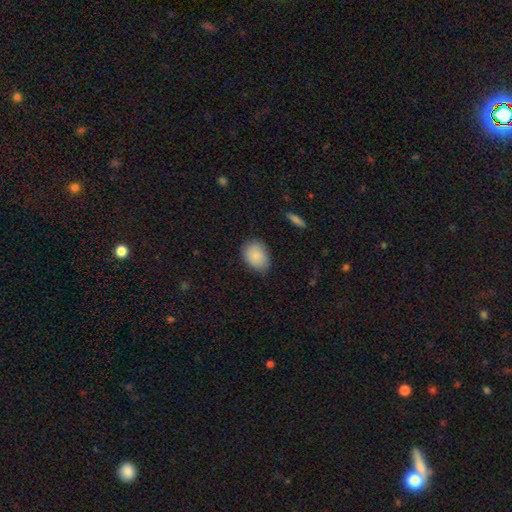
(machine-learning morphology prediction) smooth-or-featured: smooth: 88% | star or artifact: 7% | featured or disk: 5%
  how-rounded: in between: 71% | round: 28% | cigar-shaped: 1%
  merging: none: 78% | minor disturbance: 18% | major disturbance: 3% | merger: 1%